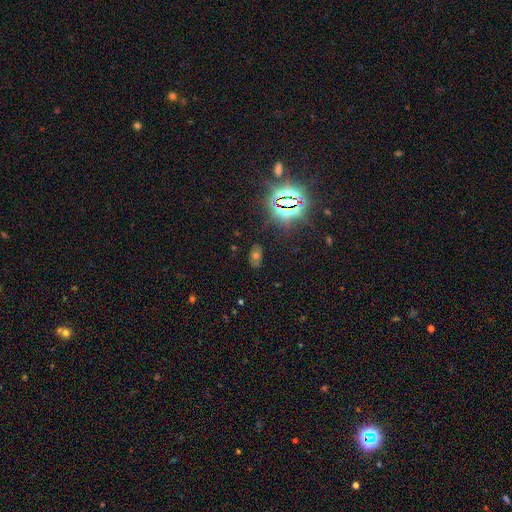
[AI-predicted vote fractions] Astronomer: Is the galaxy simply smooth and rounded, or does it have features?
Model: star or artifact — 53% (runner-up: smooth, 29%).